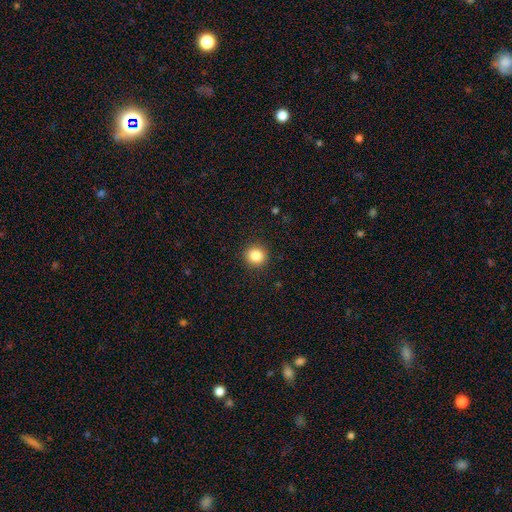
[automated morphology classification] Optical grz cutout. It shows a smooth galaxy with no disk features (85%) that is round (92%). Merging: none (92%).